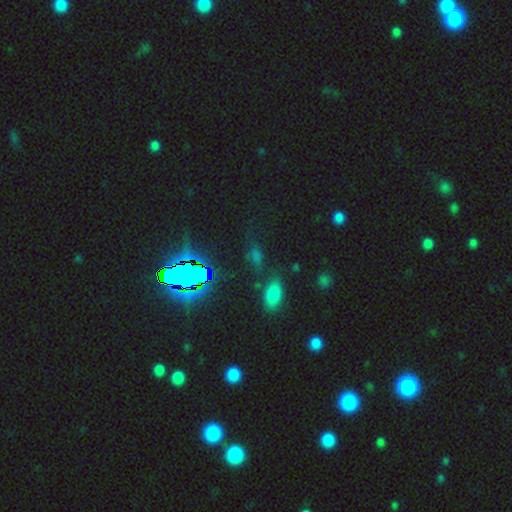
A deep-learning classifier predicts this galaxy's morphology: star or artifact 48%, smooth 40%, featured or disk 12%.